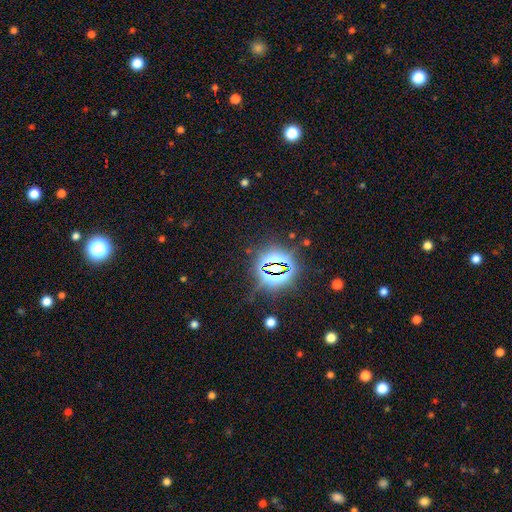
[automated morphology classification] smooth-or-featured: star or artifact: 82% | smooth: 11% | featured or disk: 7%